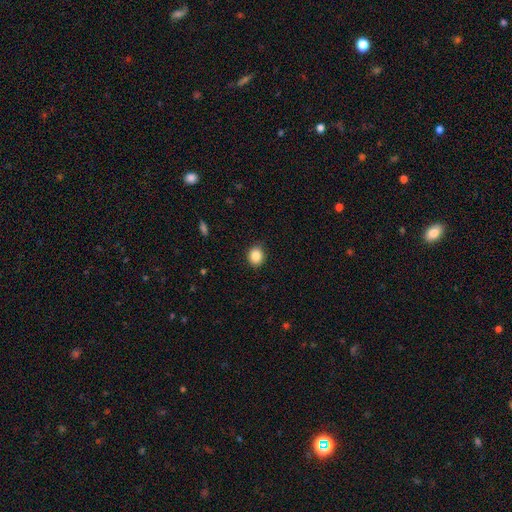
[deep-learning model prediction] smooth-or-featured: smooth: 86% | star or artifact: 9% | featured or disk: 4%
  how-rounded: round: 69% | in between: 30% | cigar-shaped: 1%
  merging: none: 87% | minor disturbance: 10% | major disturbance: 2% | merger: 1%